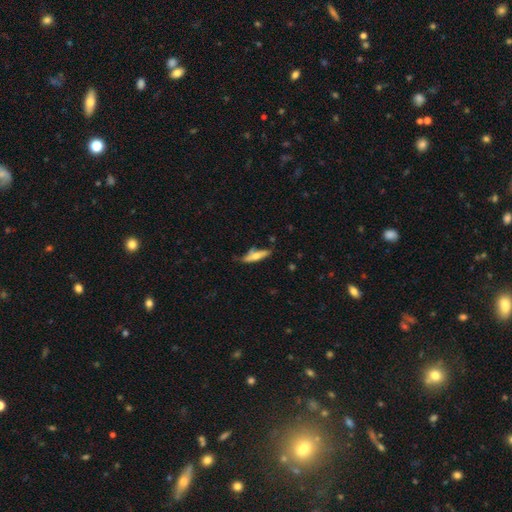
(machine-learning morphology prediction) Smooth or featured?
  - smooth: 55% *
  - featured or disk: 39%
  - star or artifact: 6%
How rounded?
  - cigar-shaped: 67% *
  - in between: 31%
  - round: 2%
Merging?
  - none: 59% *
  - minor disturbance: 27%
  - major disturbance: 7%
  - merger: 7%